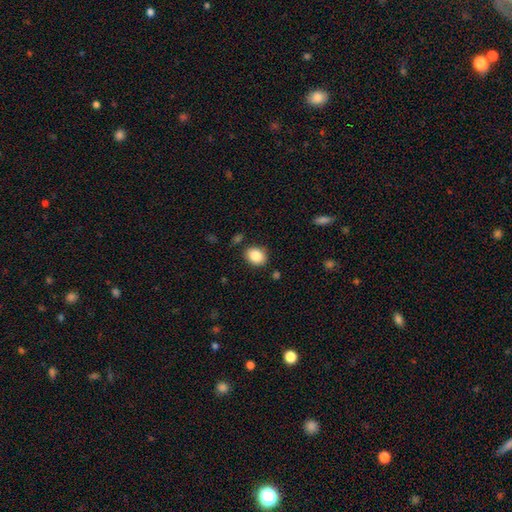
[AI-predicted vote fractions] smooth 87%, star or artifact 8%, featured or disk 5%. Down the decision tree: how rounded — in between (51%); merging — none (86%).